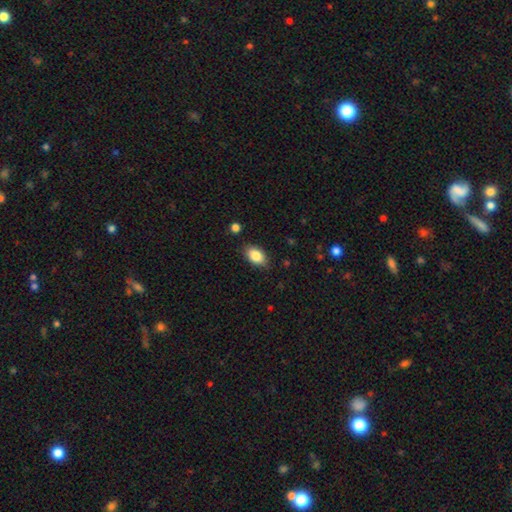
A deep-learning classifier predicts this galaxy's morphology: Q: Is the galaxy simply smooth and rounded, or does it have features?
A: smooth — 85%.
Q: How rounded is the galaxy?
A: in between — 89%.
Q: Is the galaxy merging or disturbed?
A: none — 83%.